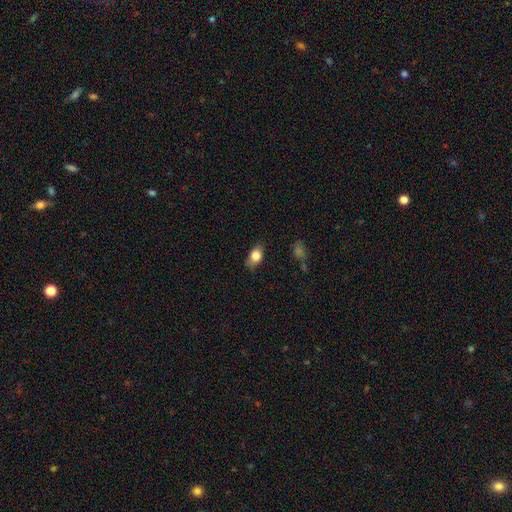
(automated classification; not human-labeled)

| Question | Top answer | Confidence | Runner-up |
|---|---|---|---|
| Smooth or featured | smooth | 81% | featured or disk (11%) |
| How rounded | in between | 81% | round (15%) |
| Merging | none | 70% | minor disturbance (23%) |